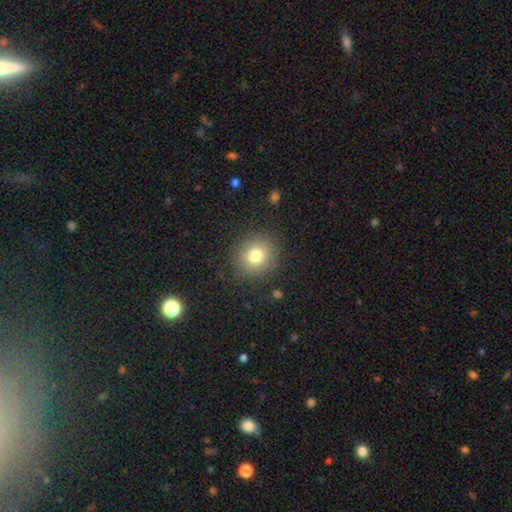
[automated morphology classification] smooth 78%, star or artifact 13%, featured or disk 10%. Down the decision tree: how rounded — round (88%); merging — none (87%).